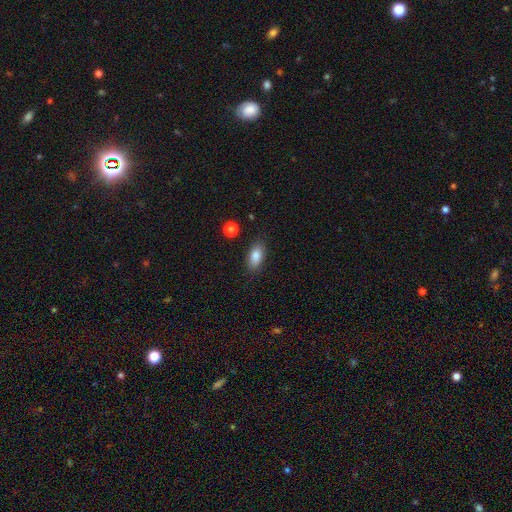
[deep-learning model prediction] The model was most divided on "smooth or featured": smooth: 83%, featured or disk: 8%, star or artifact: 8%. More confident: how rounded — in between (87%); merging — none (86%).